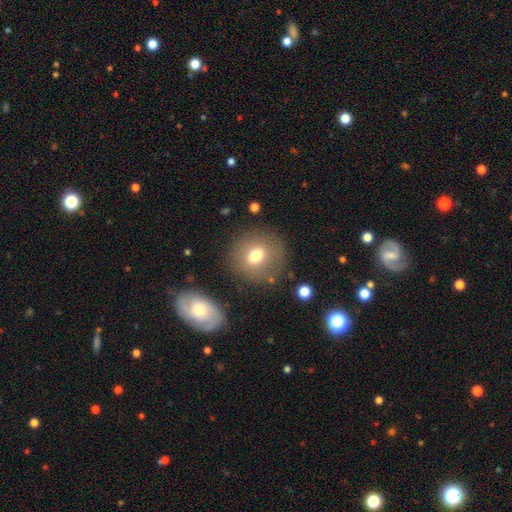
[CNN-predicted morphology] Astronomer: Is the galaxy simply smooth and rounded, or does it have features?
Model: smooth — 72%.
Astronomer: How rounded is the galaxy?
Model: round — 84%.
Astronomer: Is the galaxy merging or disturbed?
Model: none — 81%.